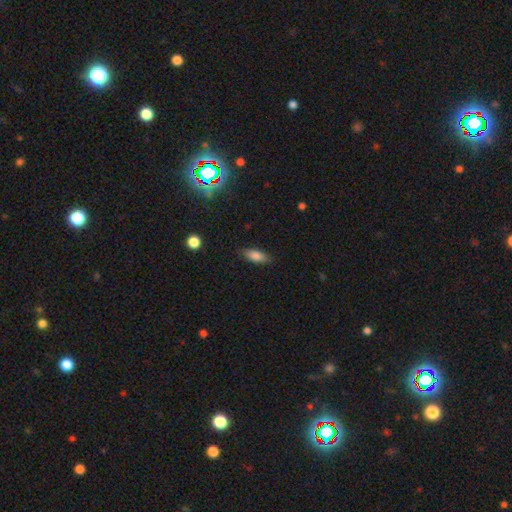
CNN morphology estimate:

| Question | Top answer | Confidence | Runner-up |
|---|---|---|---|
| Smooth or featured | smooth | 82% | featured or disk (10%) |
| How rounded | in between | 77% | cigar-shaped (20%) |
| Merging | none | 84% | minor disturbance (12%) |